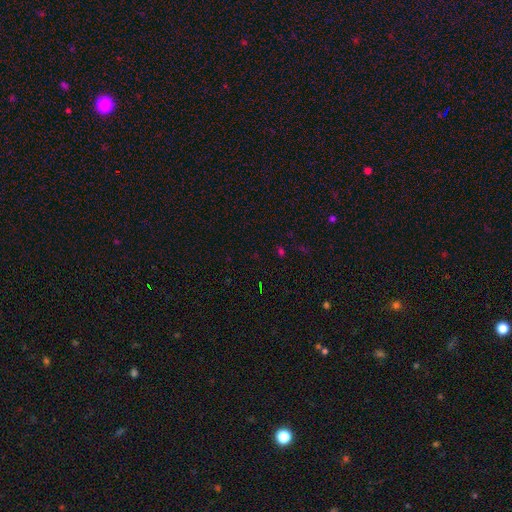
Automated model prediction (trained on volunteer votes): This appears to be a star or artifact, not a galaxy (62%).